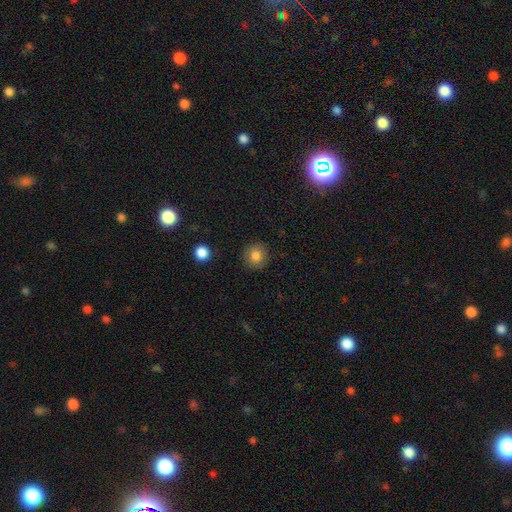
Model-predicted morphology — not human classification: This is clearly a smooth galaxy (83%). How rounded: clearly round (90%). Merging: clearly none (89%).